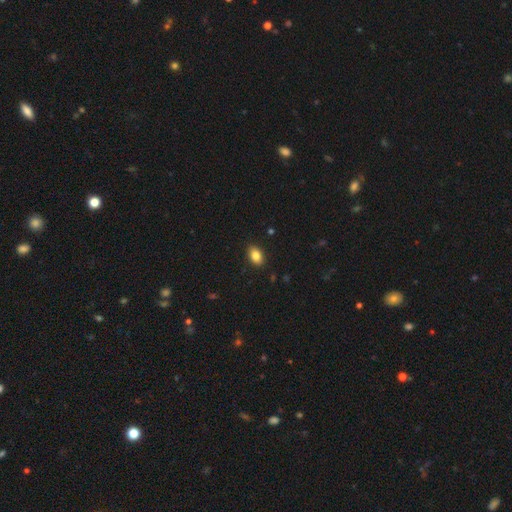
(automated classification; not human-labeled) Overall: smooth (85%). How rounded: in between (86%). Merging: none (89%).